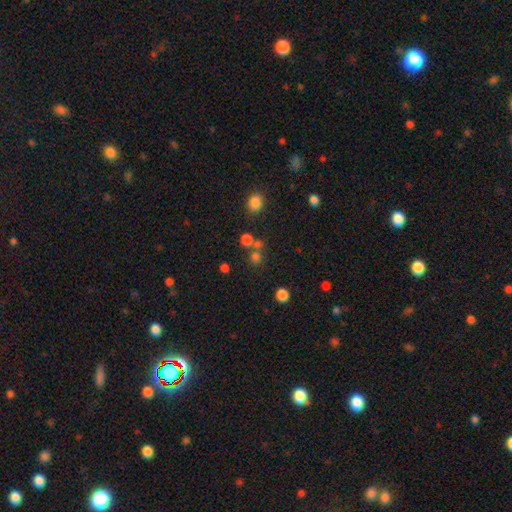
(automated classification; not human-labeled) Q: Smooth or featured?
A: smooth (58%); runner-up: star or artifact (33%)
Q: How rounded?
A: round (86%); runner-up: in between (12%)
Q: Merging?
A: none (67%); runner-up: merger (22%)